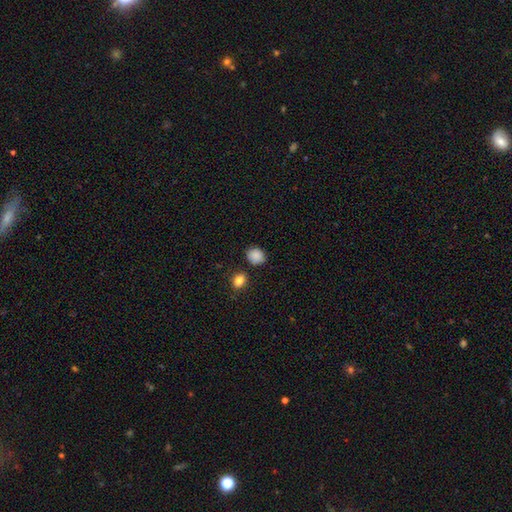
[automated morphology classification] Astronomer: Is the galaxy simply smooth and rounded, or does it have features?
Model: smooth — 88%.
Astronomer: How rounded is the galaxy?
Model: round — 69%.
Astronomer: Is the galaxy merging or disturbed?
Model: none — 79%.